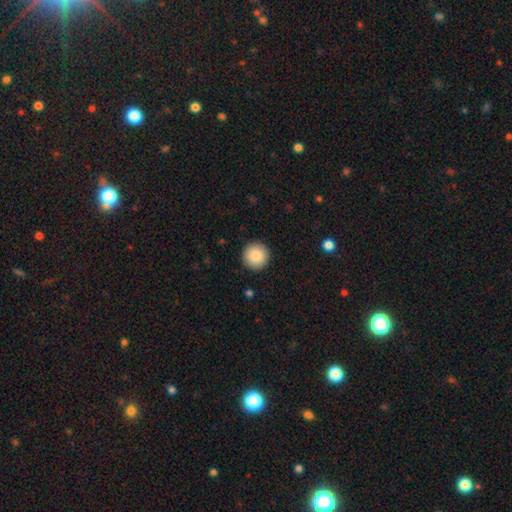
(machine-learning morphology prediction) Smooth or featured? smooth (87%)
How rounded? round (96%)
Merging? none (93%)